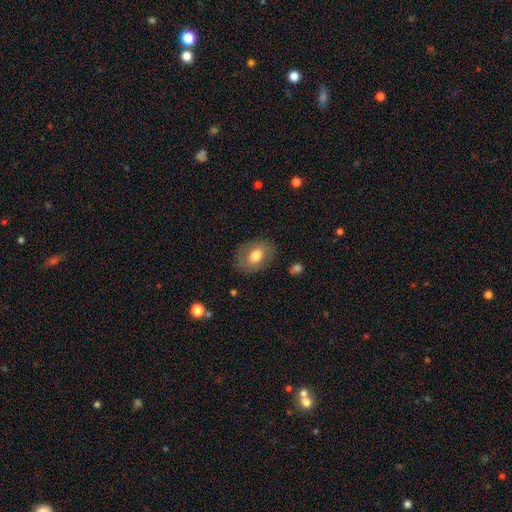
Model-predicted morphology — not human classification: Smooth or featured? smooth (64%)
How rounded? in between (75%)
Merging? none (80%)